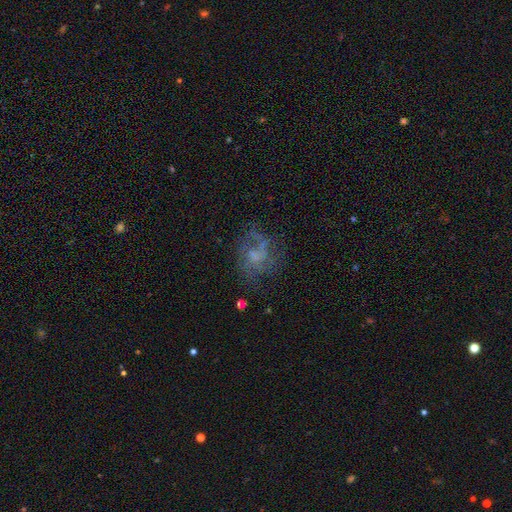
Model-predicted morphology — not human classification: Overall: featured or disk (55%; smooth 27%). Edge-on disk: no (97%). Bar: no (73%). Spiral arms: yes (58%; no 42%). Bulge size: small (38%; none 33%). Merging: none (54%; major disturbance 23%).